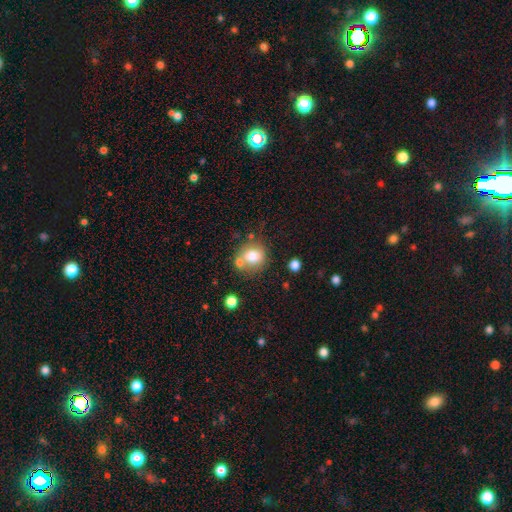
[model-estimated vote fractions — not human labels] A smooth galaxy with no disk features (69%) that is round (76%). Merging: none (58%).